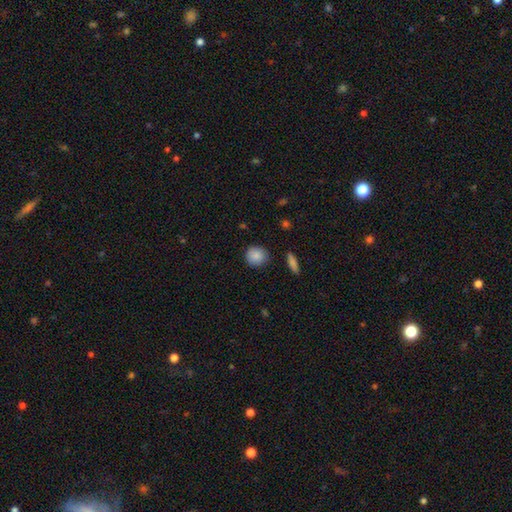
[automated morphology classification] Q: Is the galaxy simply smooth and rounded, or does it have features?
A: smooth — 87%.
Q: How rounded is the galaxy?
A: round — 87%.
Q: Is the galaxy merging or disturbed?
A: none — 86%.